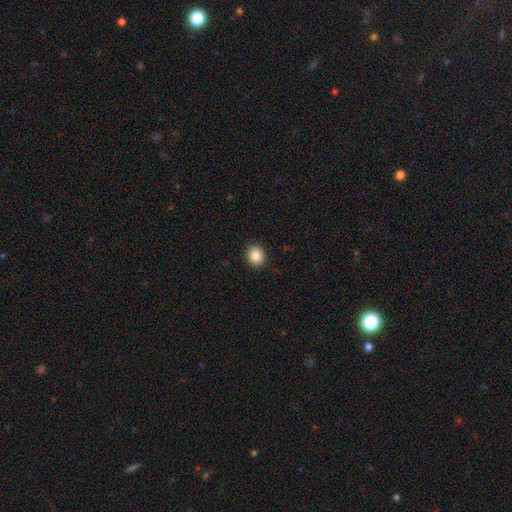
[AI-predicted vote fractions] A smooth galaxy with no disk features (86%) that is round (73%).

Vote fractions:
- Smooth or featured? smooth: 86% / star or artifact: 9% / featured or disk: 5%
- How rounded? round: 73% / in between: 26% / cigar-shaped: 1%
- Merging? none: 91% / minor disturbance: 6% / major disturbance: 2% / merger: 1%